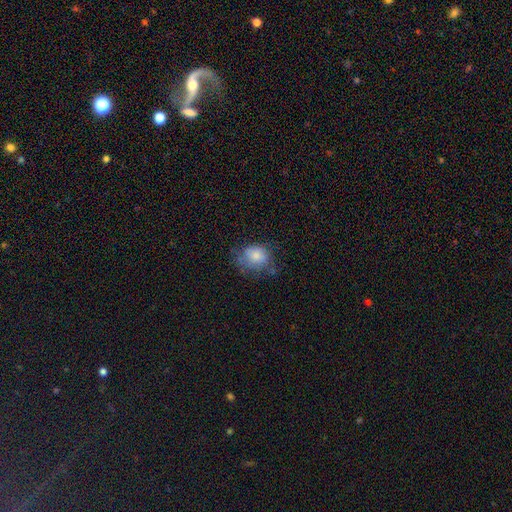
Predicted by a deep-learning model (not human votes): Smooth or featured? smooth (72%)
How rounded? round (51%)
Merging? none (45%)